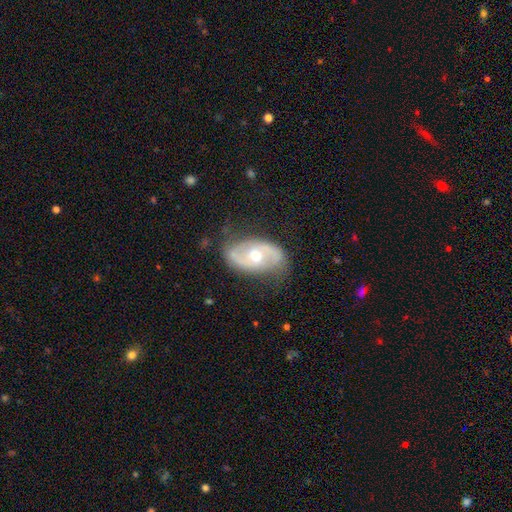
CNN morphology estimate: A featured or disk galaxy (82%) with no bar (55%), 2 (89%) medium (47%) spiral arms (90%) and a moderate central bulge (72%). Merging: none (73%).